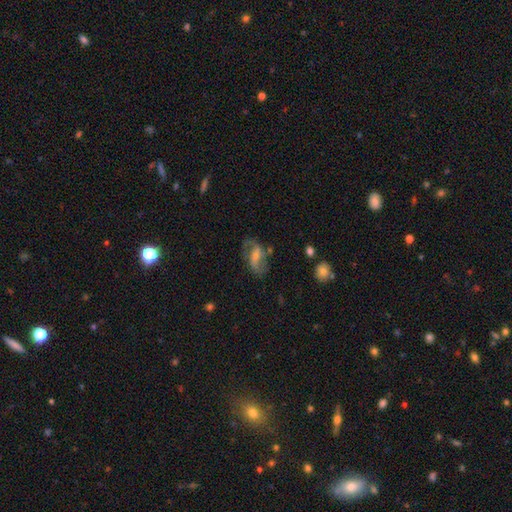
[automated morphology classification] This appears to be a featured or disk galaxy (65%) with a weak bar (42%), 2 (85%) loose (54%) spiral arms (84%) and a small central bulge (46%). Merging: none (60%).